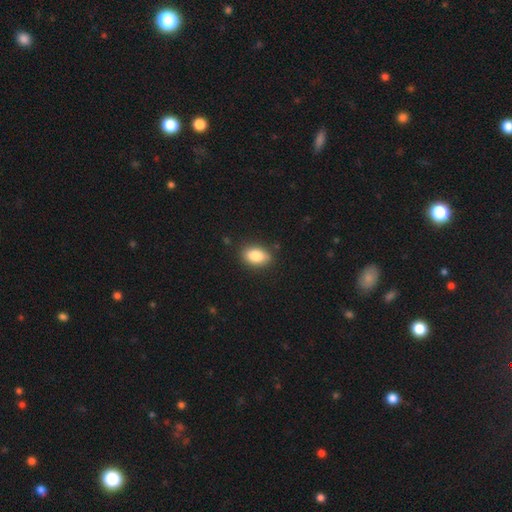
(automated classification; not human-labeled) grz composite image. It shows a smooth galaxy with no disk features (85%) that is in between round and cigar-shaped (86%). Merging: none (83%).